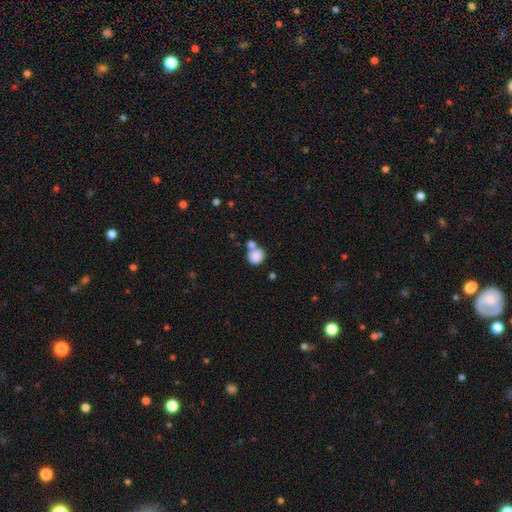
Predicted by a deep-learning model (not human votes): This appears to be a smooth galaxy with no disk features (85%) that is round (78%). Merging: none (43%).